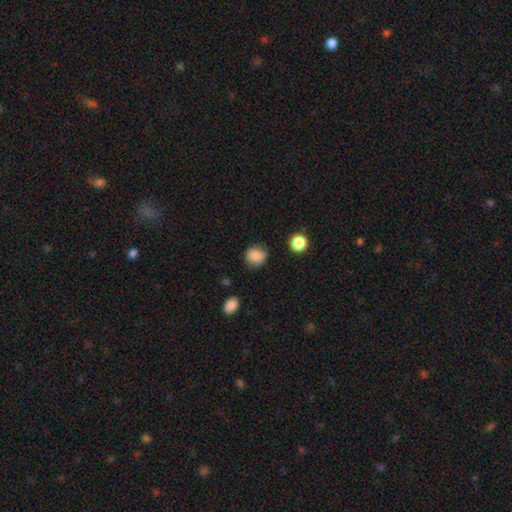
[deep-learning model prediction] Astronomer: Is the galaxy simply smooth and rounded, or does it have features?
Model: smooth — 85%.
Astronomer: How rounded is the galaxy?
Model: round — 78%.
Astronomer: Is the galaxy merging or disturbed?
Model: none — 80%.